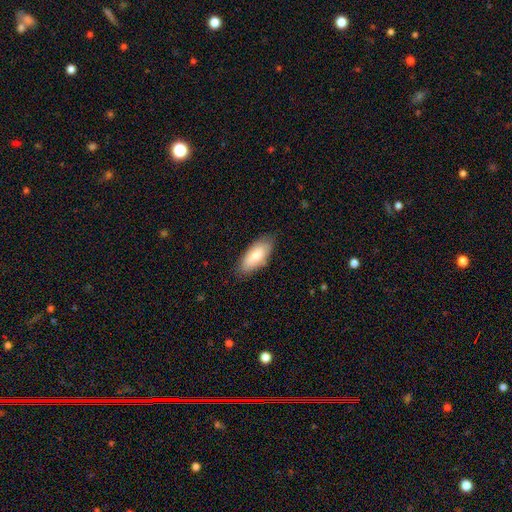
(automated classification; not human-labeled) Smooth or featured?
  - smooth: 79% *
  - featured or disk: 15%
  - star or artifact: 6%
How rounded?
  - in between: 85% *
  - cigar-shaped: 13%
  - round: 2%
Merging?
  - none: 80% *
  - minor disturbance: 16%
  - major disturbance: 3%
  - merger: 1%